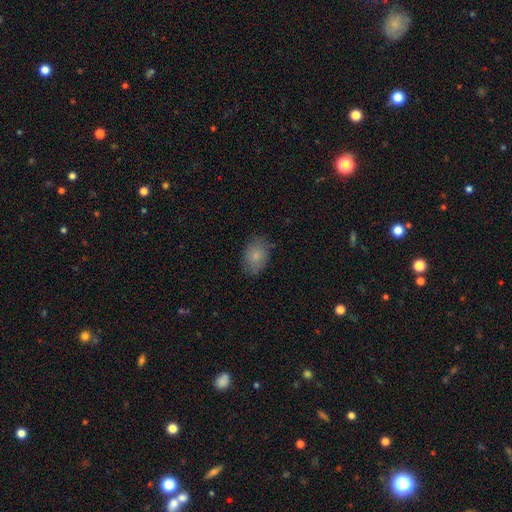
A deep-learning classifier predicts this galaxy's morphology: Smooth or featured? Predicted: smooth (p=0.81). How rounded? Predicted: in between (p=0.82). Merging? Predicted: none (p=0.78).